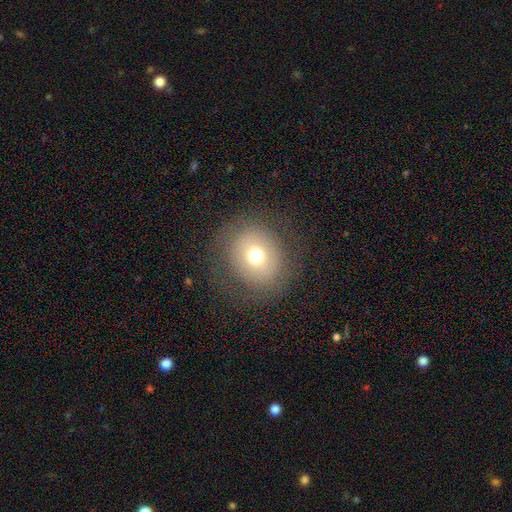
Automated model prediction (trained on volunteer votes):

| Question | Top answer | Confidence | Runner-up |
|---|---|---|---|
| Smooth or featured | smooth | 66% | featured or disk (20%) |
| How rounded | round | 76% | in between (23%) |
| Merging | none | 78% | minor disturbance (12%) |